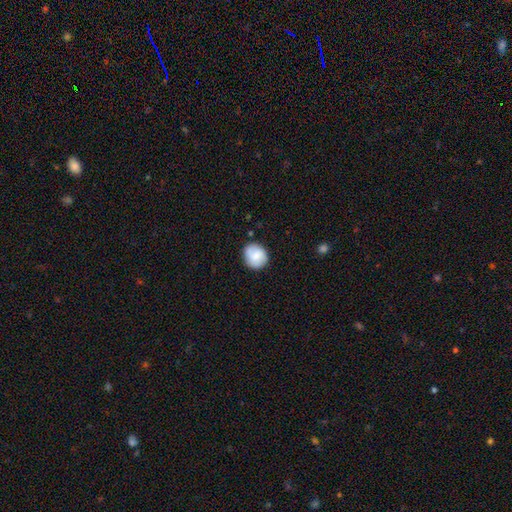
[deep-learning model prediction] Smooth or featured? Predicted: smooth (p=0.78). How rounded? Predicted: round (p=0.80). Merging? Predicted: none (p=0.83).